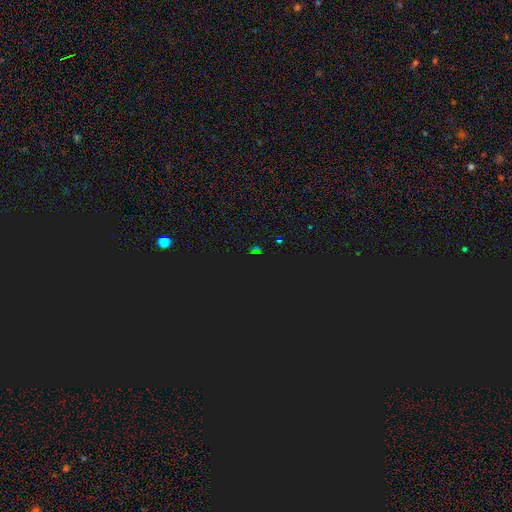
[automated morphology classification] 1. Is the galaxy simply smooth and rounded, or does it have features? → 74% star or artifact, 18% smooth, 7% featured or disk.